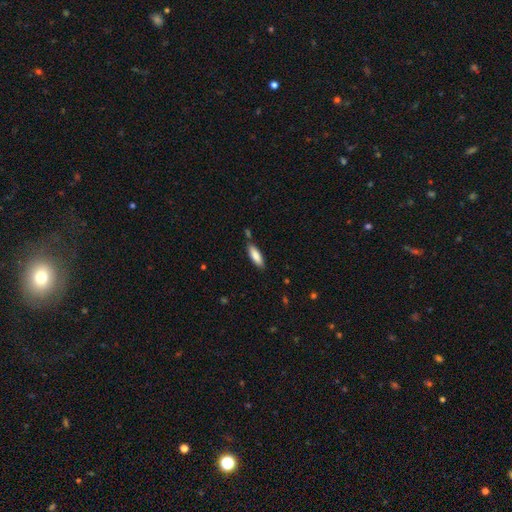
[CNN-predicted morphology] The model was most divided on "how rounded": in between: 56%, cigar-shaped: 42%, round: 1%. More confident: smooth or featured — smooth (83%); merging — none (80%).